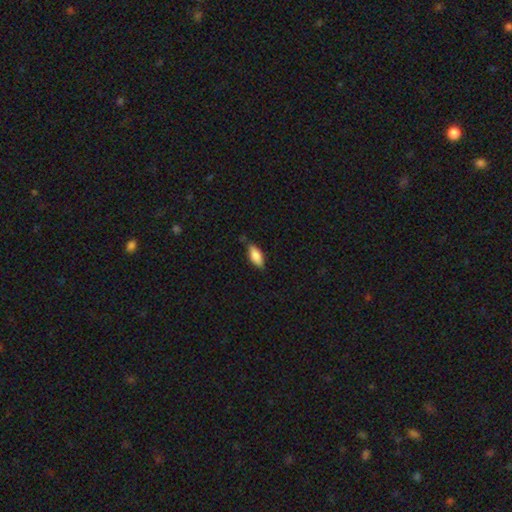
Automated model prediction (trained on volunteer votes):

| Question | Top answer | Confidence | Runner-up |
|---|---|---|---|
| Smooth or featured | smooth | 83% | featured or disk (11%) |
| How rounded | in between | 80% | cigar-shaped (17%) |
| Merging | none | 74% | minor disturbance (20%) |